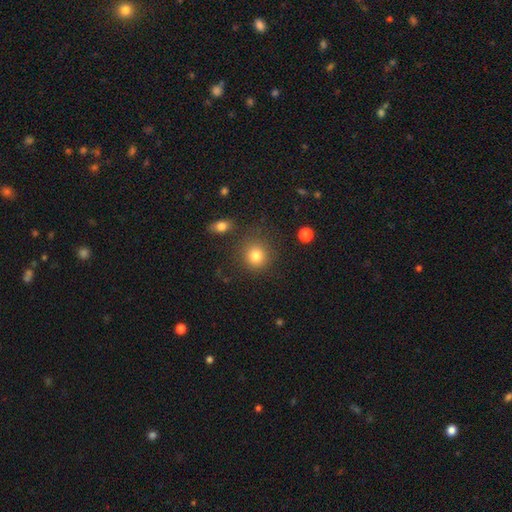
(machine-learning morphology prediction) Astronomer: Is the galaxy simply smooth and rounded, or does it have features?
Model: smooth — 82%.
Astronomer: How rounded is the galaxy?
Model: round — 88%.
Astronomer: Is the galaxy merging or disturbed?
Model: none — 80%.